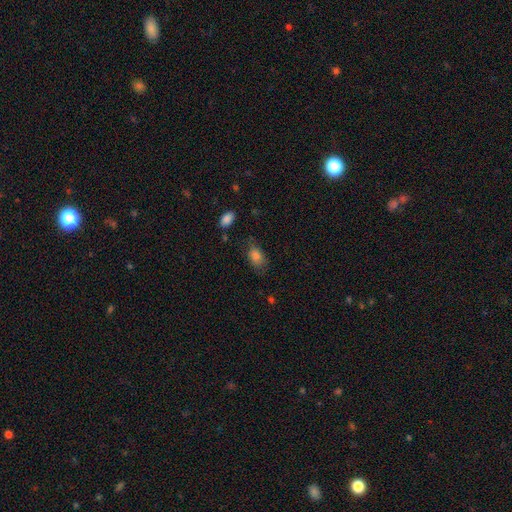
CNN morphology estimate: Overall: smooth (82%). How rounded: in between (86%). Merging: none (64%; minor disturbance 26%).